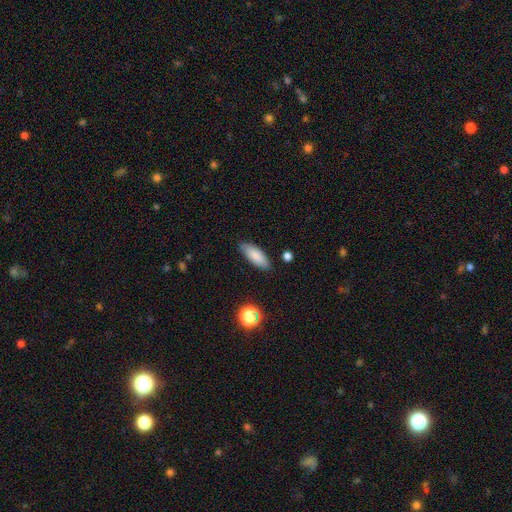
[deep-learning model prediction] This appears to be a smooth galaxy with no disk features (84%) that is in between round and cigar-shaped (74%). Merging: none (83%).